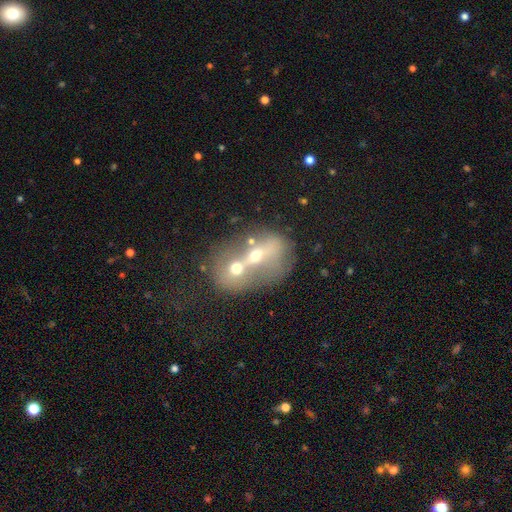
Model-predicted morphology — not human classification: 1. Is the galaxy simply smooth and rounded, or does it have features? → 43% featured or disk (tied), 43% smooth (tied), 14% star or artifact.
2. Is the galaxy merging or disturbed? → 82% merger, 9% none, 4% major disturbance, 4% minor disturbance.